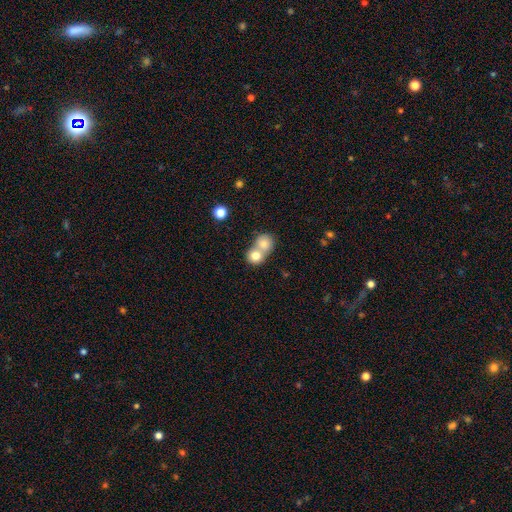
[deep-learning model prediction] The model was most divided on "merging": merger: 66%, none: 28%, minor disturbance: 4%, major disturbance: 2%. More confident: how rounded — round (79%); smooth or featured — smooth (78%).